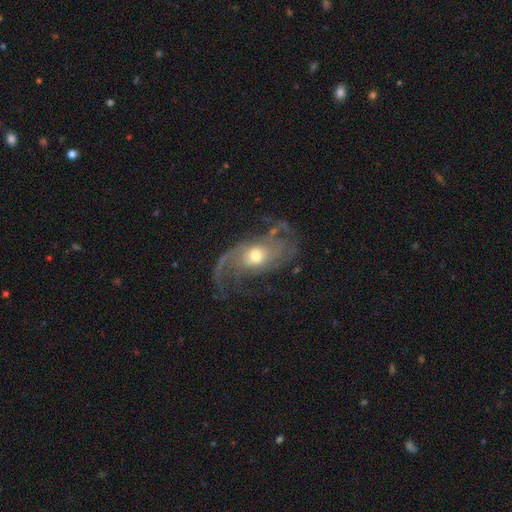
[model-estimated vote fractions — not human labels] Smooth or featured? featured or disk (86%)
Edge-on disk? no (96%)
Bar? no (67%)
Spiral arms? yes (94%)
Spiral winding? loose (44%)
Spiral arm count? 2 (48%)
Bulge size? moderate (66%)
Merging? none (55%)